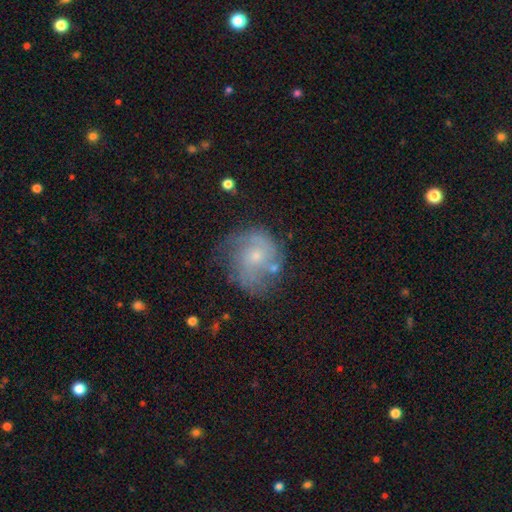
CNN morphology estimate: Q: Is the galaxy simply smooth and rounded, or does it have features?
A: featured or disk — 66%.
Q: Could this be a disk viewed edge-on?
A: no — 98%.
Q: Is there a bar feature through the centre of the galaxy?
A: no — 76%.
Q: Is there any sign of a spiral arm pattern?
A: yes — 82%.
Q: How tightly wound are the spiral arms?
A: medium — 41%.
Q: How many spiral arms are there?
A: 2 — 38%.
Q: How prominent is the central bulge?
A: small — 69%.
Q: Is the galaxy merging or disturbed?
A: none — 59%.